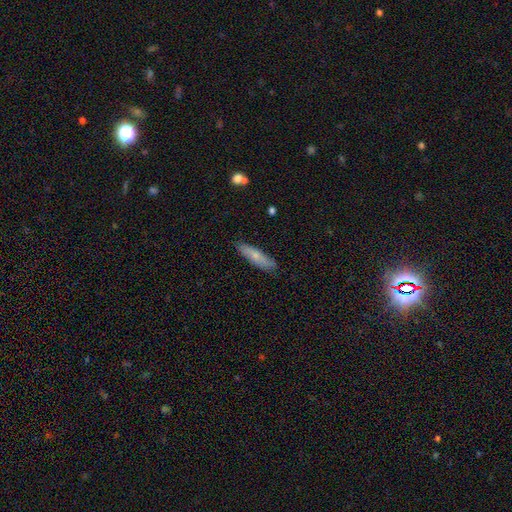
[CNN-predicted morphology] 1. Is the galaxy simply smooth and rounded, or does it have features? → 70% smooth, 25% featured or disk, 6% star or artifact.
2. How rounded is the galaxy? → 73% cigar-shaped, 25% in between, 2% round.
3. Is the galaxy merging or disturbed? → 85% none, 12% minor disturbance, 2% major disturbance, 1% merger.